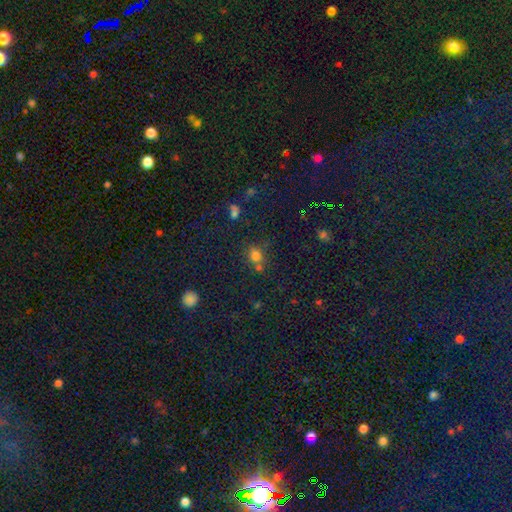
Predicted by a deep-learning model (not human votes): smooth-or-featured: smooth: 70% | star or artifact: 23% | featured or disk: 7%
  how-rounded: round: 72% | in between: 27% | cigar-shaped: 1%
  merging: none: 61% | merger: 21% | minor disturbance: 13% | major disturbance: 5%